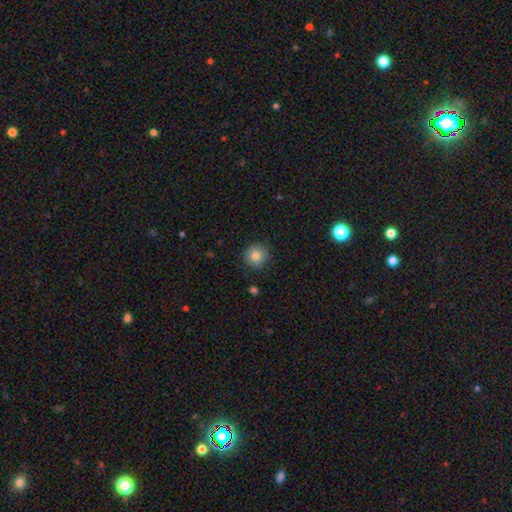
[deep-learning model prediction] A smooth galaxy with no disk features (80%) that is round (94%).

Vote fractions:
- Smooth or featured? smooth: 80% / star or artifact: 10% / featured or disk: 9%
- How rounded? round: 94% / in between: 5% / cigar-shaped: 1%
- Merging? none: 89% / minor disturbance: 8% / major disturbance: 2% / merger: 1%